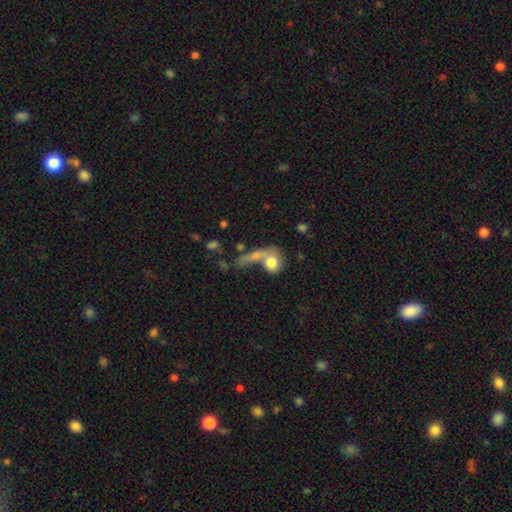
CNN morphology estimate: This appears to be a smooth galaxy with no disk features (63%) that is round (48%). Merging: merger (44%).